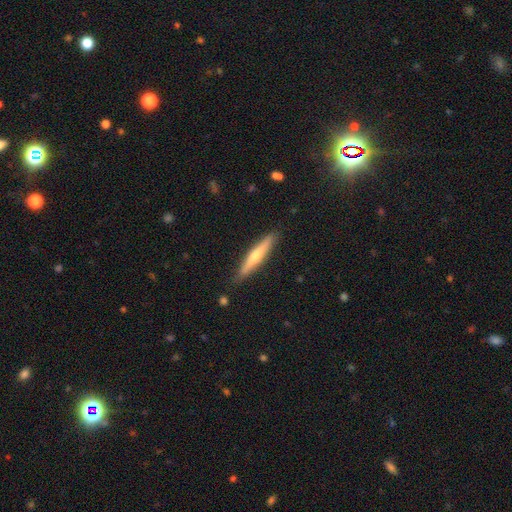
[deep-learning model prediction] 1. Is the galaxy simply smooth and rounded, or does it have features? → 51% featured or disk, 42% smooth, 8% star or artifact.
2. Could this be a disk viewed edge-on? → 95% yes, 5% no.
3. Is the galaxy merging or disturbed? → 89% none, 8% minor disturbance, 1% major disturbance, 1% merger.